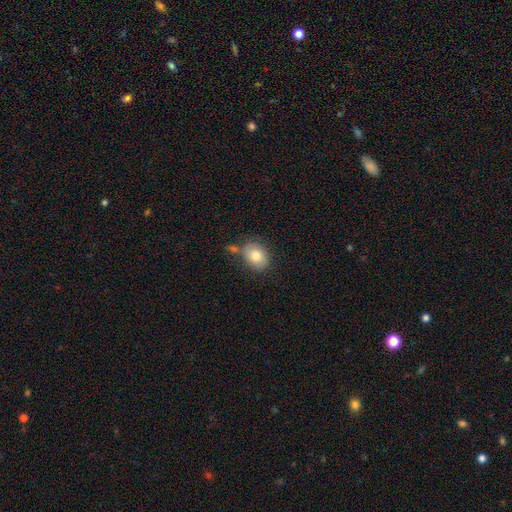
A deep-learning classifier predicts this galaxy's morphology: Q: Smooth or featured?
A: smooth (79%); runner-up: featured or disk (13%)
Q: How rounded?
A: in between (61%); runner-up: round (38%)
Q: Merging?
A: none (66%); runner-up: minor disturbance (18%)